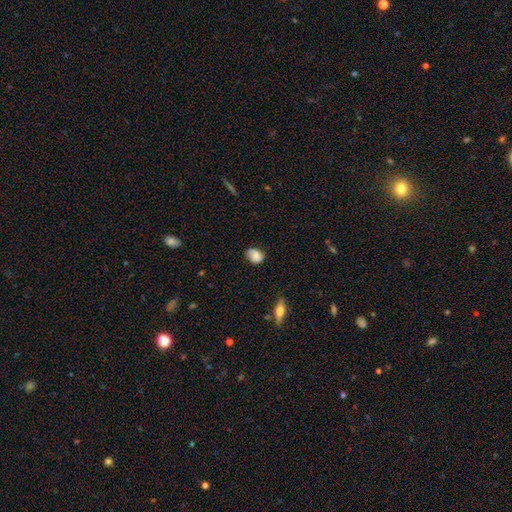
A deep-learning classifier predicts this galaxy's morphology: Smooth or featured? Predicted: smooth (p=0.73). How rounded? Predicted: in between (p=0.52). Merging? Predicted: none (p=0.59).